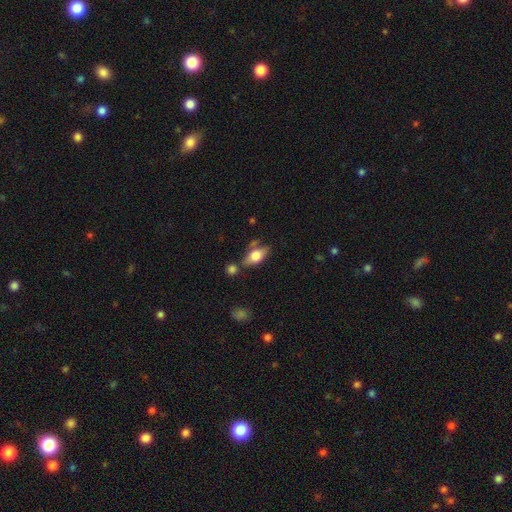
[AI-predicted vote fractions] This is likely a smooth galaxy (70%). How rounded: clearly in between (85%). Merging: likely none (61%).